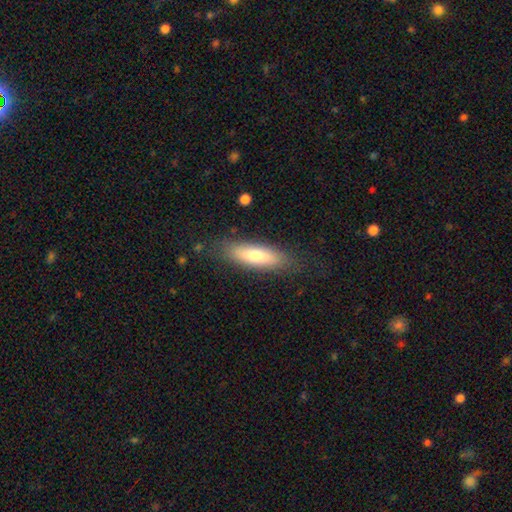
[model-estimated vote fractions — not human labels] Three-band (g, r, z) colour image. It shows a smooth galaxy with no disk features (70%) that is cigar-shaped (55%). Merging: none (83%).